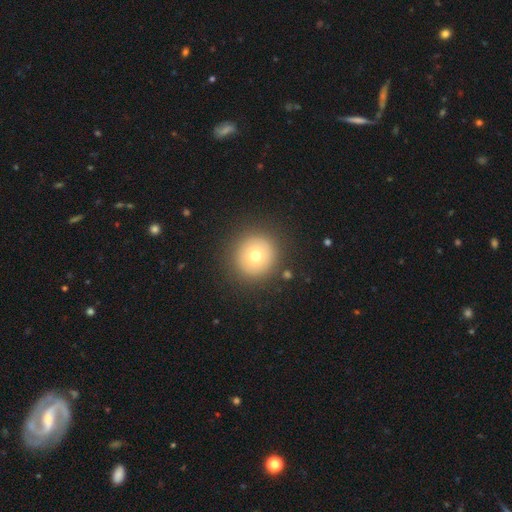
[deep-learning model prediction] Morphology: type=smooth (69%); roundness=round (95%); merging=none (88%).